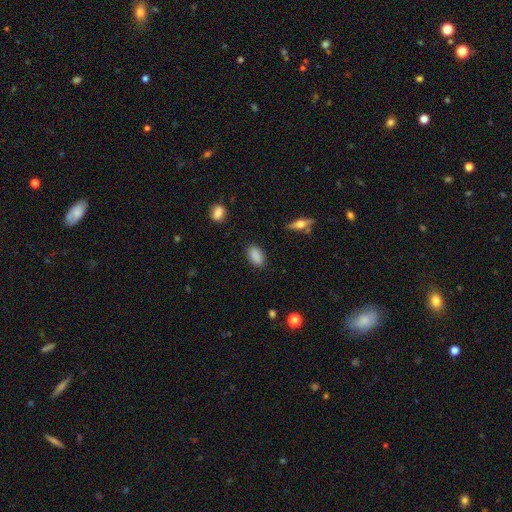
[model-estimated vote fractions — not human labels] smooth 88%, star or artifact 7%, featured or disk 4%. Down the decision tree: how rounded — in between (91%); merging — none (86%).